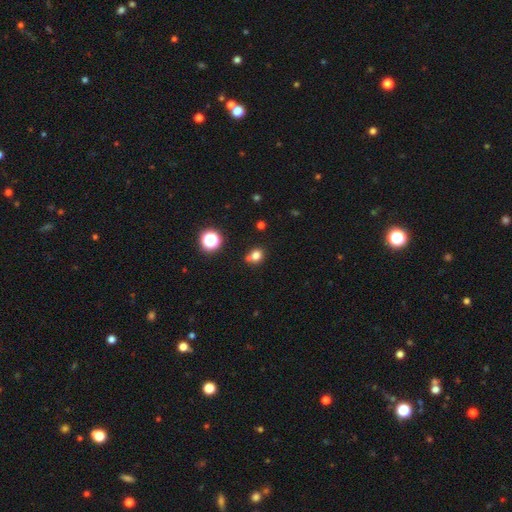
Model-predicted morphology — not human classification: Overall: smooth (77%). How rounded: round (73%). Merging: none (63%).